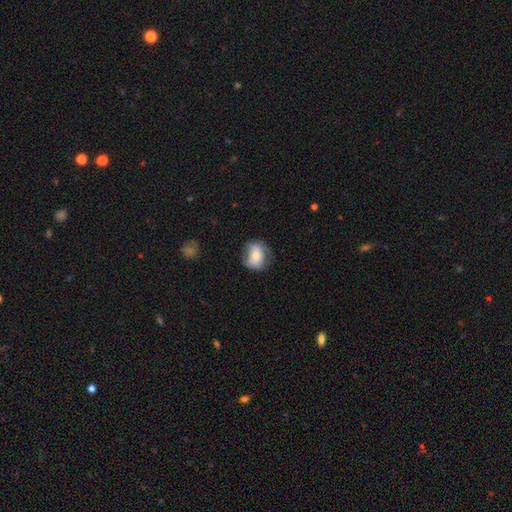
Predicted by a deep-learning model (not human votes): Morphology: type=smooth (65%); roundness=round (50%); merging=none (67%).